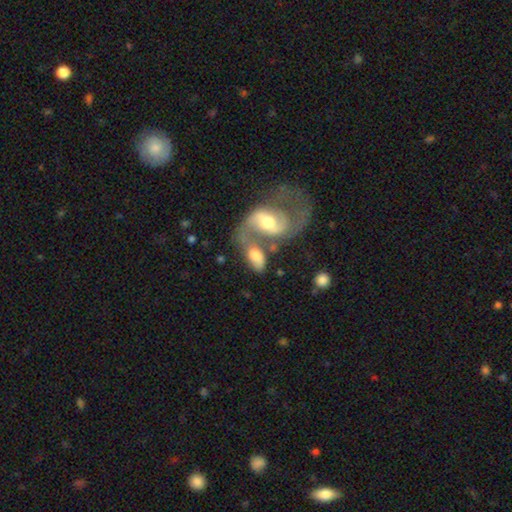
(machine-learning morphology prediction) type=featured or disk (54%); edge-on=no (94%); bar=no (42%); spiral arms=yes (79%); bulge=moderate (60%); merging=merger (57%).